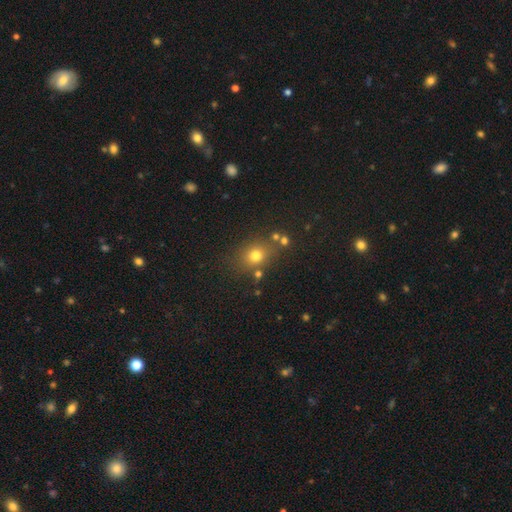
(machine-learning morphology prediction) This is likely a smooth galaxy (74%). How rounded: likely round (63%). Merging: likely none (74%).